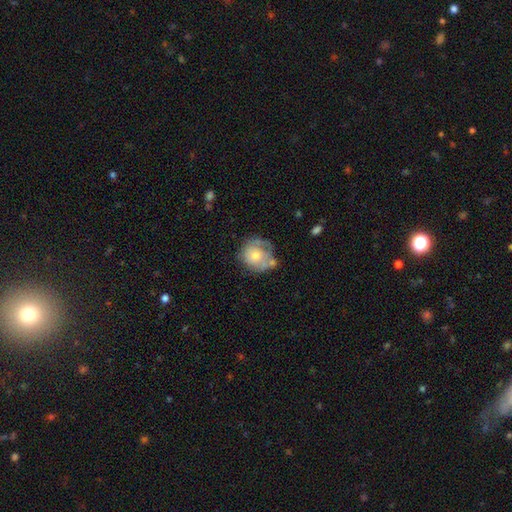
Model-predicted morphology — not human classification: This appears to be a smooth galaxy with no disk features (53%) that is round (80%). Merging: none (45%).